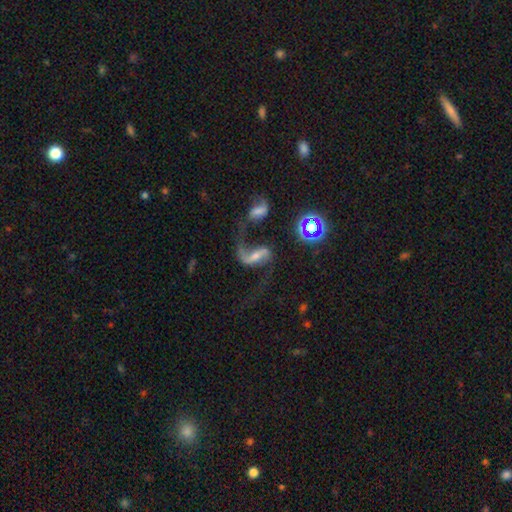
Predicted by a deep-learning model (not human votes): This is likely a featured or disk galaxy (79%). It is clearly not viewed edge-on (95%). Bar: marginally strong (41%). Spiral arm pattern: clearly yes (92%). Spiral arm count: clearly 2 (85%). Spiral winding: clearly loose (83%). Central bulge: marginally small (44%). Merging: marginally none (41%).